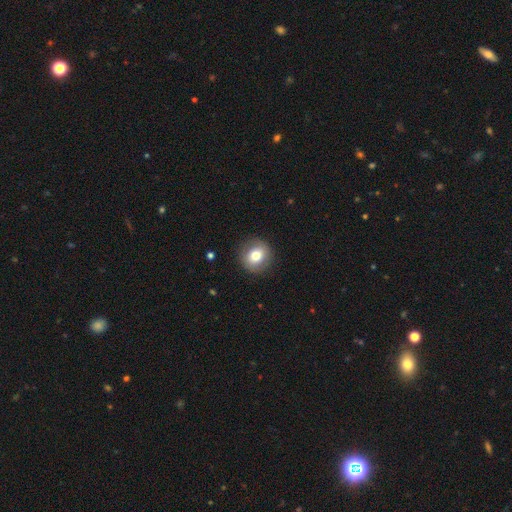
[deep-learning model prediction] Smooth or featured: smooth — 75% (featured or disk — 16%)
How rounded: round — 89% (in between — 10%)
Merging: none — 89% (minor disturbance — 8%)